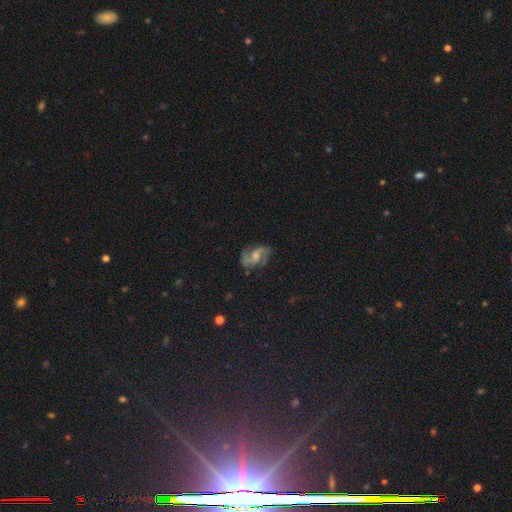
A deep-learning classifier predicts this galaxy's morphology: smooth_or_featured: featured or disk (p=0.83) [alt: smooth p=0.10]
disk_edge_on: no (p=0.98) [alt: yes p=0.02]
bar: no (p=0.46) [alt: weak p=0.44]
has_spiral_arms: yes (p=0.96) [alt: no p=0.04]
spiral_winding: medium (p=0.51) [alt: loose p=0.34]
spiral_arm_count: 2 (p=0.85) [alt: 3 p=0.05]
bulge_size: moderate (p=0.52) [alt: small p=0.34]
merging: none (p=0.71) [alt: minor disturbance p=0.18]